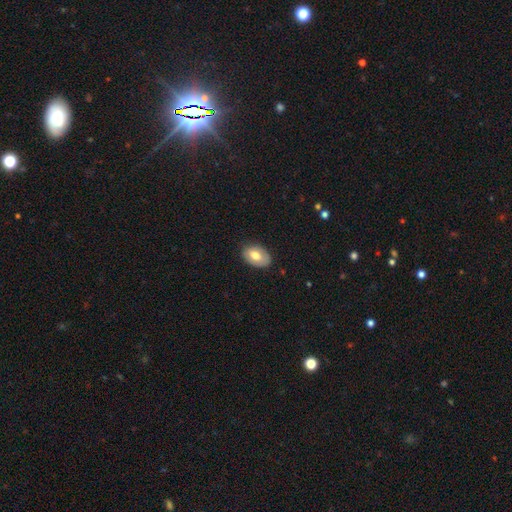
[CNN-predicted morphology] Smooth or featured? Predicted: smooth (p=0.69). How rounded? Predicted: in between (p=0.88). Merging? Predicted: none (p=0.80).